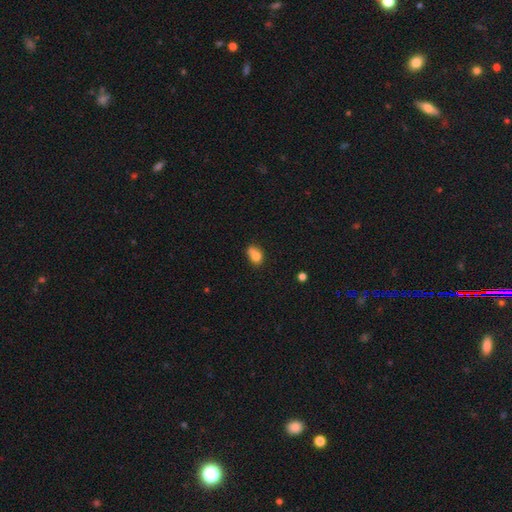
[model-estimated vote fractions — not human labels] Smooth or featured? Predicted: smooth (p=0.76). How rounded? Predicted: in between (p=0.55). Merging? Predicted: none (p=0.39).